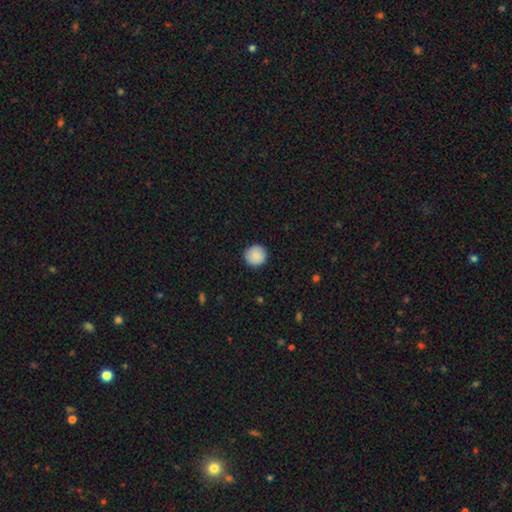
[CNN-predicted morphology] A smooth galaxy with no disk features (88%) that is round (95%). Merging: none (90%).